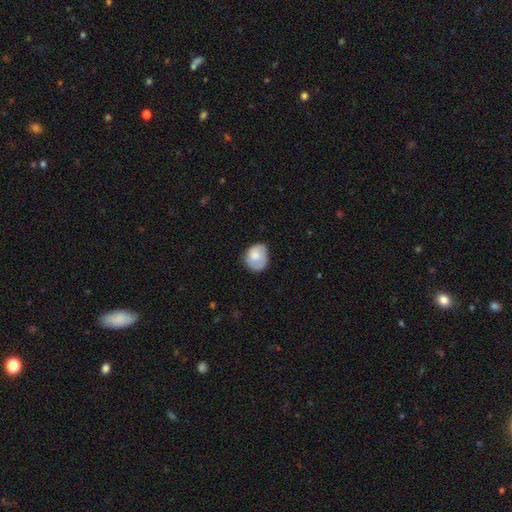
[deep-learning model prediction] smooth_or_featured: smooth (p=0.74) [alt: featured or disk p=0.20]
how_rounded: round (p=0.55) [alt: in between p=0.44]
merging: none (p=0.56) [alt: minor disturbance p=0.33]